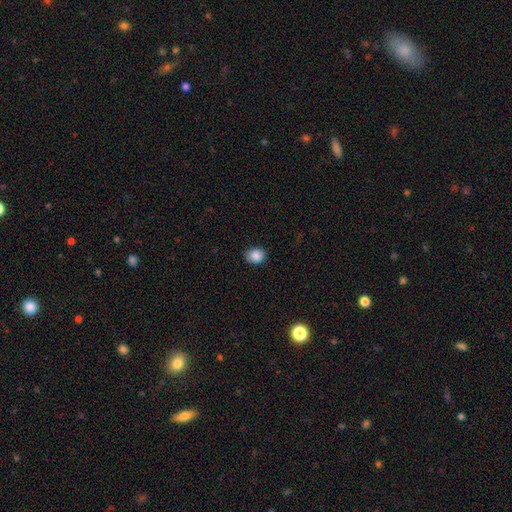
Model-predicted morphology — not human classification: smooth_or_featured: smooth (p=0.88) [alt: star or artifact p=0.09]
how_rounded: round (p=0.58) [alt: in between p=0.41]
merging: none (p=0.85) [alt: minor disturbance p=0.12]